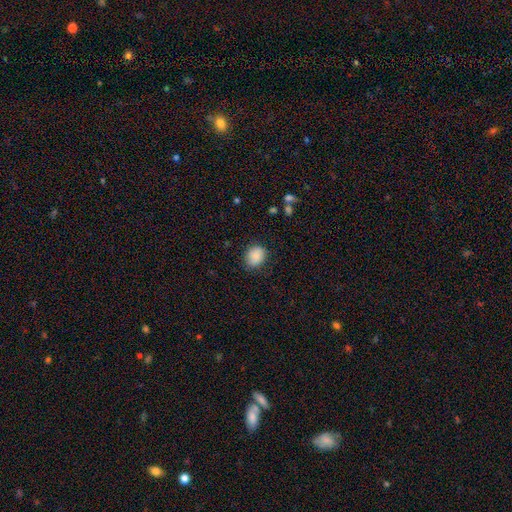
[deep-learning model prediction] smooth_or_featured: smooth (p=0.88) [alt: star or artifact p=0.08]
how_rounded: round (p=0.55) [alt: in between p=0.44]
merging: none (p=0.81) [alt: minor disturbance p=0.14]